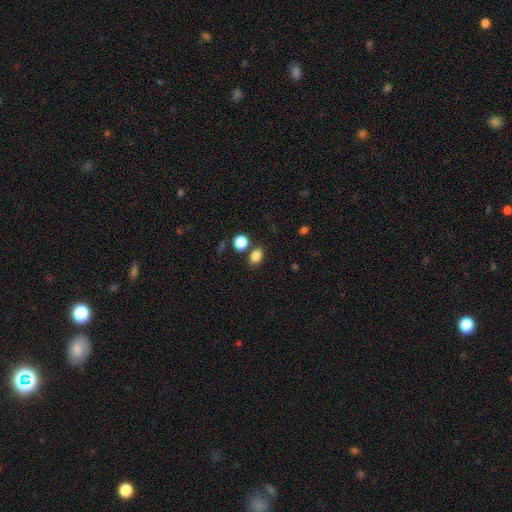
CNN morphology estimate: Smooth or featured? smooth (84%)
How rounded? in between (67%)
Merging? none (75%)